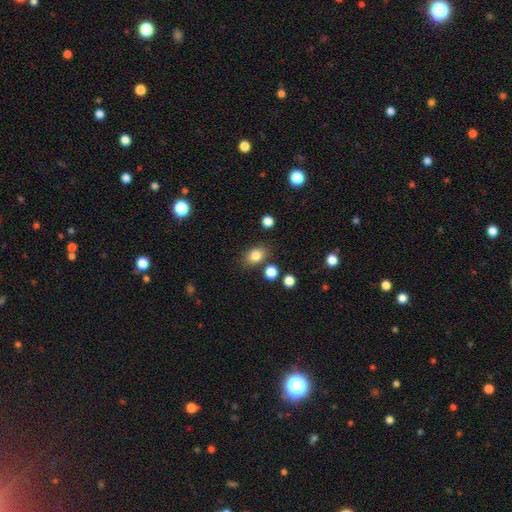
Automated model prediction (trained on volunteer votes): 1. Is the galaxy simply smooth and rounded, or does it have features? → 83% smooth, 11% star or artifact, 7% featured or disk.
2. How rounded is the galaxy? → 65% in between, 34% round, 1% cigar-shaped.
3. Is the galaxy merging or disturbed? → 78% none, 12% minor disturbance, 6% merger, 4% major disturbance.